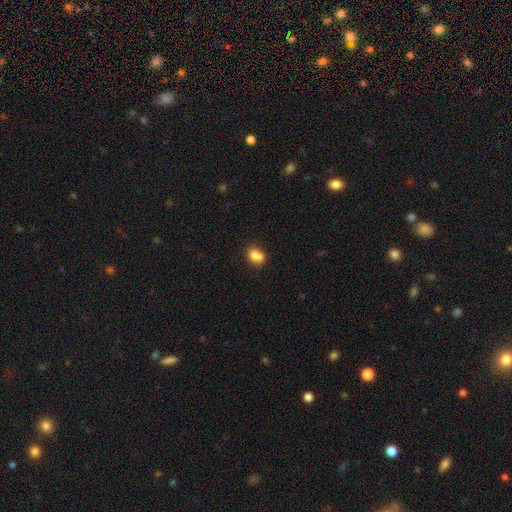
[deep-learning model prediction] A smooth galaxy with no disk features (81%) that is in between round and cigar-shaped (65%). Merging: none (55%).